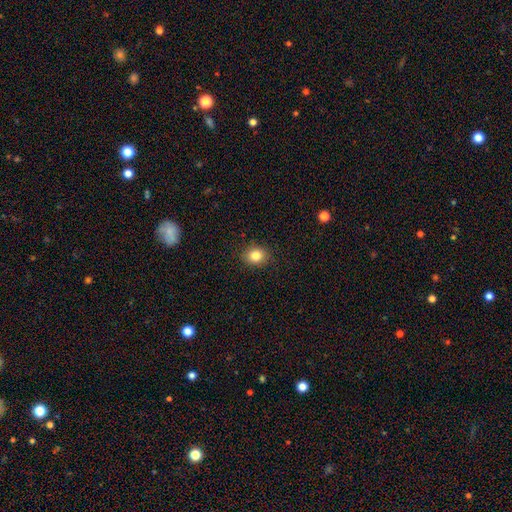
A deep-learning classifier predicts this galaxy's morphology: The model was most divided on "how rounded": round: 66%, in between: 33%, cigar-shaped: 1%. More confident: merging — none (88%); smooth or featured — smooth (82%).